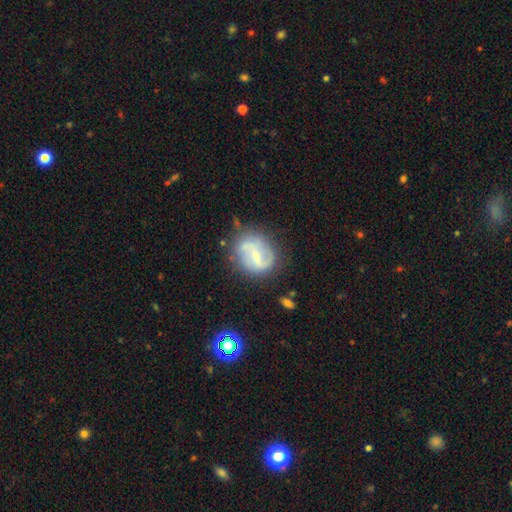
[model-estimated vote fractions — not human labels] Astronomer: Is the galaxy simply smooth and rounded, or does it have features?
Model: featured or disk — 67%.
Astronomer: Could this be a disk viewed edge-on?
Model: no — 97%.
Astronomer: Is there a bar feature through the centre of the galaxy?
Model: weak — 51% (runner-up: strong, 29%).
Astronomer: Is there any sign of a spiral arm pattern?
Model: yes — 84%.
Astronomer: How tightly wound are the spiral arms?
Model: loose — 49% (runner-up: medium, 37%).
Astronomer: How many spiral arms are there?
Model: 2 — 80%.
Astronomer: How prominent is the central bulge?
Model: small — 57%.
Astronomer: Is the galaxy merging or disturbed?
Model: none — 67%.